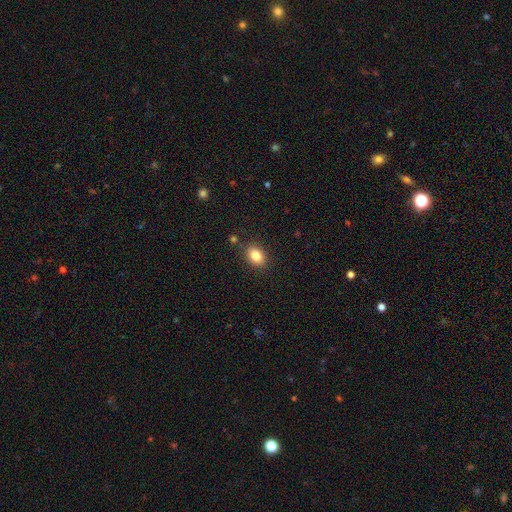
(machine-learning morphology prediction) The model was most divided on "how rounded": in between: 70%, round: 29%, cigar-shaped: 1%. More confident: merging — none (85%); smooth or featured — smooth (83%).